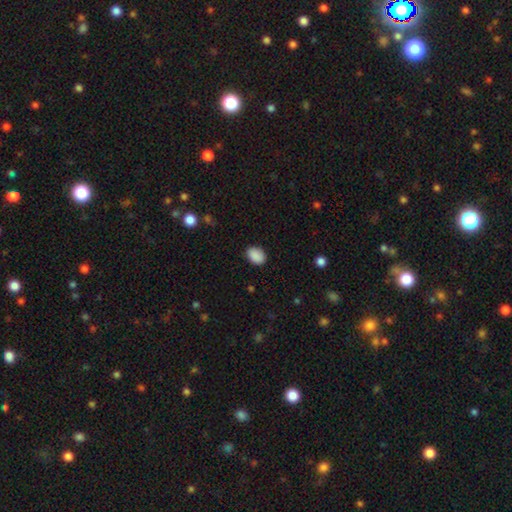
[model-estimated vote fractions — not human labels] smooth_or_featured: smooth (p=0.90) [alt: star or artifact p=0.08]
how_rounded: in between (p=0.75) [alt: round p=0.24]
merging: none (p=0.87) [alt: minor disturbance p=0.10]